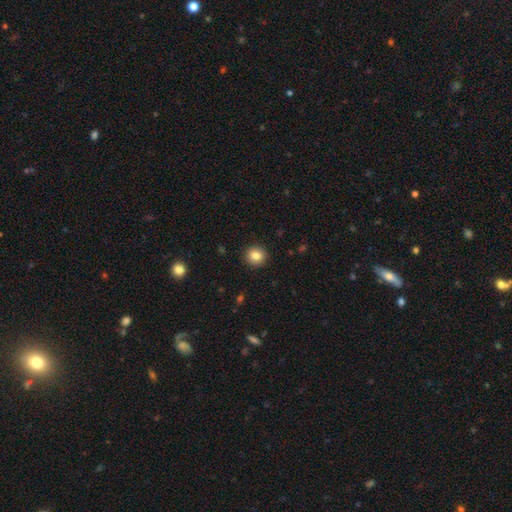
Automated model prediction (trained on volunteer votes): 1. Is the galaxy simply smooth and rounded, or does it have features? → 84% smooth, 10% star or artifact, 6% featured or disk.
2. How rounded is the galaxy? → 92% round, 7% in between, 1% cigar-shaped.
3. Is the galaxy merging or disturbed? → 92% none, 5% minor disturbance, 2% major disturbance, 1% merger.